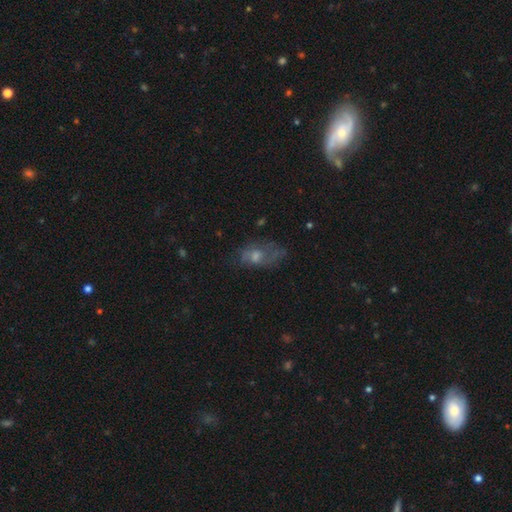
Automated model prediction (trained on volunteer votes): smooth-or-featured: featured or disk: 44% | smooth: 40% | star or artifact: 16%
  merging: none: 52% | minor disturbance: 26% | major disturbance: 19% | merger: 3%